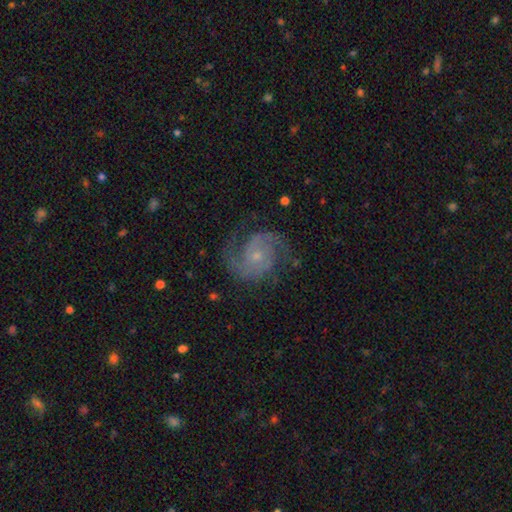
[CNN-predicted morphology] smooth-or-featured: featured or disk: 87% | star or artifact: 8% | smooth: 5%
  disk-edge-on: no: 98% | yes: 2%
    bar: no: 70% | weak: 24% | strong: 6%
    has-spiral-arms: yes: 98% | no: 2%
      spiral-winding: medium: 52% | tight: 37% | loose: 12%
      spiral-arm-count: 2: 81% | 3: 7% | can't tell: 5% | 1: 2% | 4: 2% | more than 4: 2%
    bulge-size: small: 71% | moderate: 22% | none: 5% | large: 2% | dominant: 1%
  merging: none: 78% | minor disturbance: 14% | major disturbance: 7% | merger: 1%